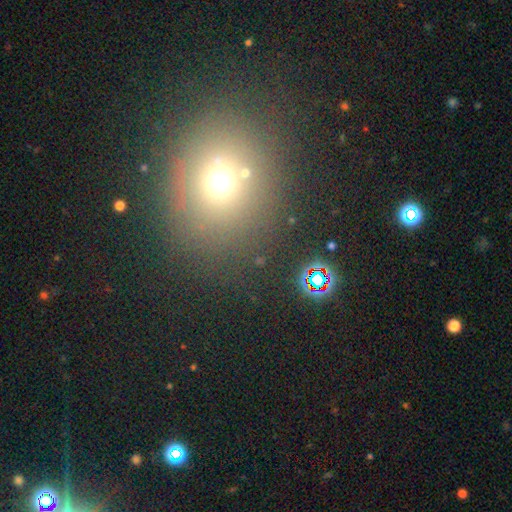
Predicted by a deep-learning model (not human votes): Q: Smooth or featured?
A: smooth (59%); runner-up: star or artifact (30%)
Q: How rounded?
A: round (76%); runner-up: in between (22%)
Q: Merging?
A: none (79%); runner-up: minor disturbance (9%)